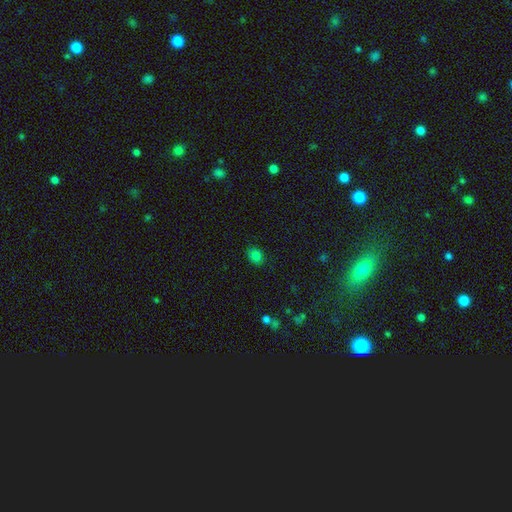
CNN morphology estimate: This is clearly a smooth galaxy (80%). How rounded: possibly in between (57%). Merging: clearly none (83%).